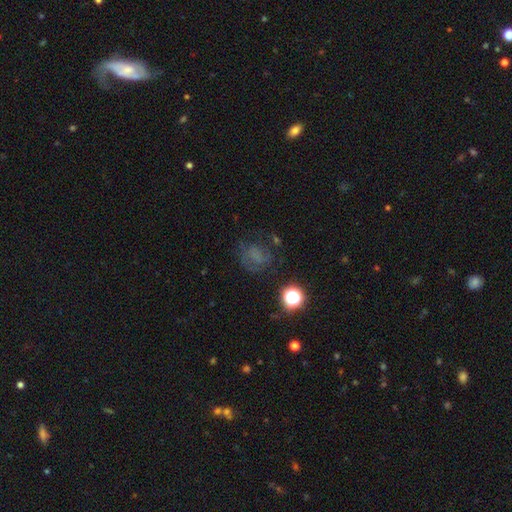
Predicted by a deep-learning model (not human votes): smooth 40%, featured or disk 32%, star or artifact 29%. Down the decision tree: merging — none (58%).